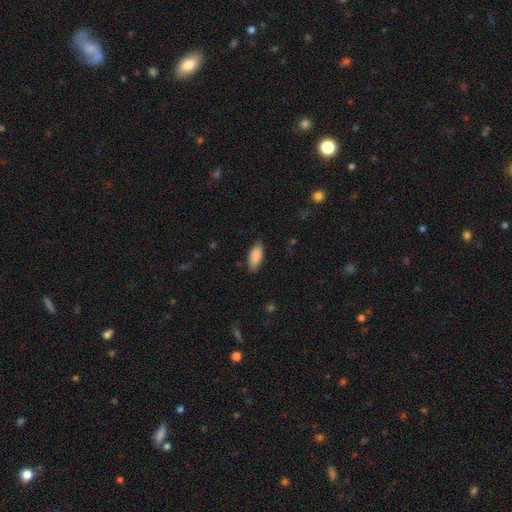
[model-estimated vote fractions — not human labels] A smooth galaxy with no disk features (89%) that is in between round and cigar-shaped (83%). Merging: none (83%).